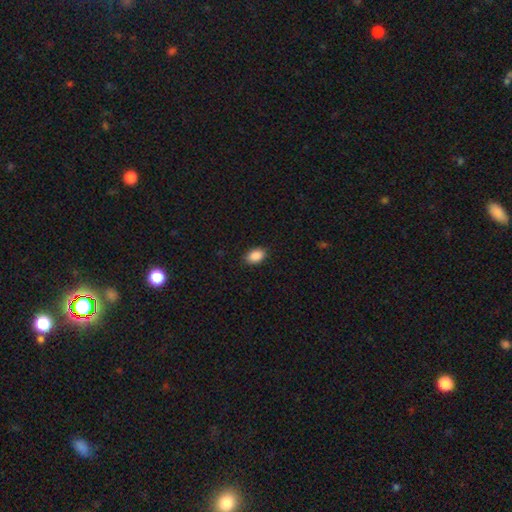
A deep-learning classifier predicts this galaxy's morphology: Smooth or featured: smooth — 89% (star or artifact — 8%)
How rounded: in between — 85% (round — 14%)
Merging: none — 86% (minor disturbance — 11%)